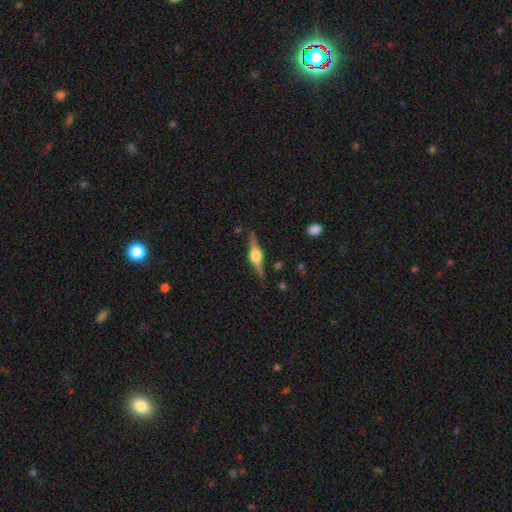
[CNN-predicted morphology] smooth-or-featured: featured or disk: 79% | smooth: 15% | star or artifact: 6%
  disk-edge-on: yes: 98% | no: 2%
    edge-on-bulge: rounded: 93% | boxy: 6% | none: 1%
  merging: none: 87% | minor disturbance: 9% | major disturbance: 2% | merger: 2%